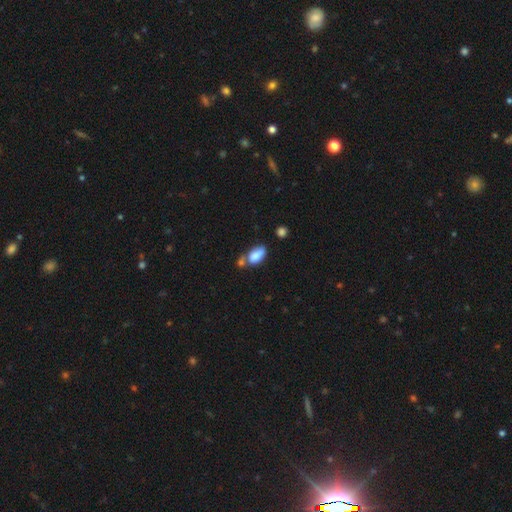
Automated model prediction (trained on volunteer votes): This appears to be a smooth galaxy with no disk features (81%) that is in between round and cigar-shaped (90%). Merging: none (38%).